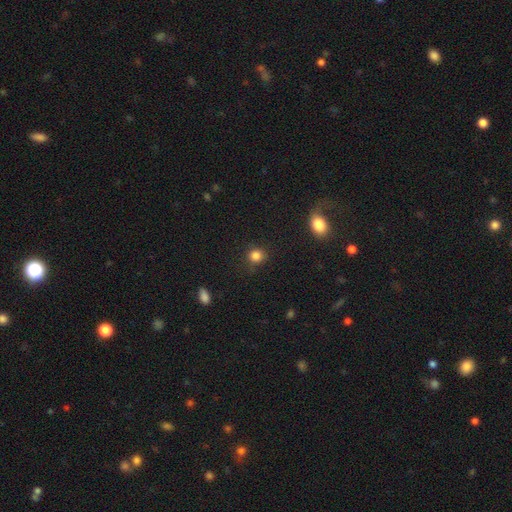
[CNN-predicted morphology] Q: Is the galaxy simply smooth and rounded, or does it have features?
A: smooth — 84%.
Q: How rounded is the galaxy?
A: round — 87%.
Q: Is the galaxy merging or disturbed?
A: none — 84%.